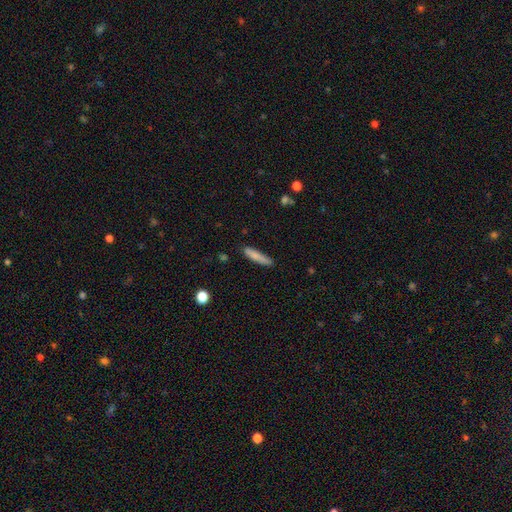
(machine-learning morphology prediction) A smooth galaxy with no disk features (81%) that is cigar-shaped (85%).

Vote fractions:
- Smooth or featured? smooth: 81% / featured or disk: 13% / star or artifact: 7%
- How rounded? cigar-shaped: 85% / in between: 13% / round: 1%
- Merging? none: 76% / minor disturbance: 19% / major disturbance: 3% / merger: 2%